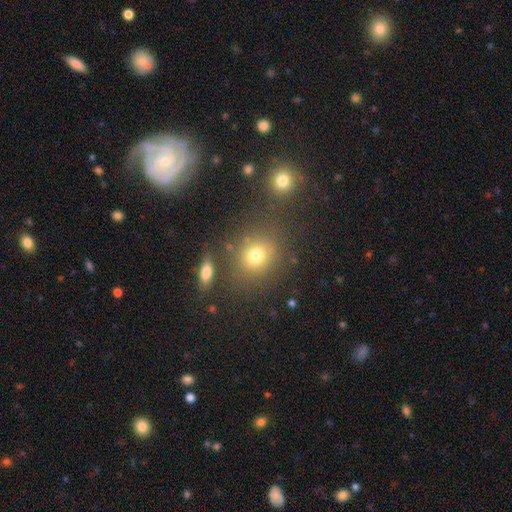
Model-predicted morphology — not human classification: smooth 72%, star or artifact 17%, featured or disk 11%. Down the decision tree: how rounded — round (73%); merging — none (73%).